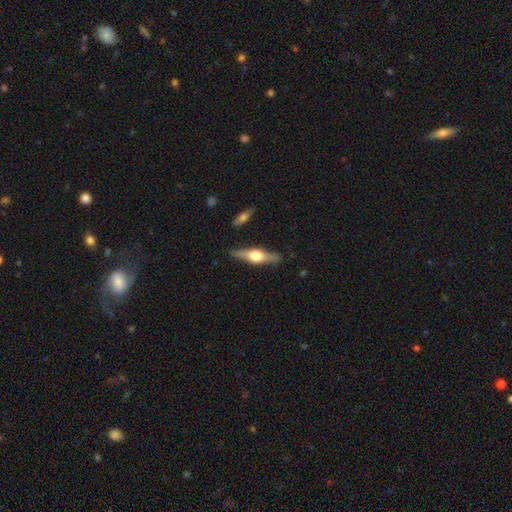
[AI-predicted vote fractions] A featured or disk galaxy (68%) viewed edge-on (96%) with a rounded central bulge (93%).

Vote fractions:
- Smooth or featured? featured or disk: 68% / smooth: 27% / star or artifact: 5%
- Edge-on disk? yes: 96% / no: 4%
- Edge-on bulge? rounded: 93% / boxy: 5% / none: 1%
- Merging? none: 86% / minor disturbance: 10% / major disturbance: 2% / merger: 2%